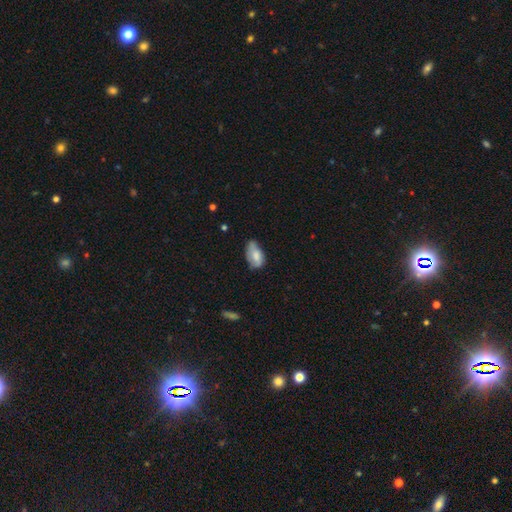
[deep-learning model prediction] Smooth or featured: smooth — 71% (featured or disk — 21%)
How rounded: in between — 92% (round — 5%)
Merging: minor disturbance — 43% (none — 40%)